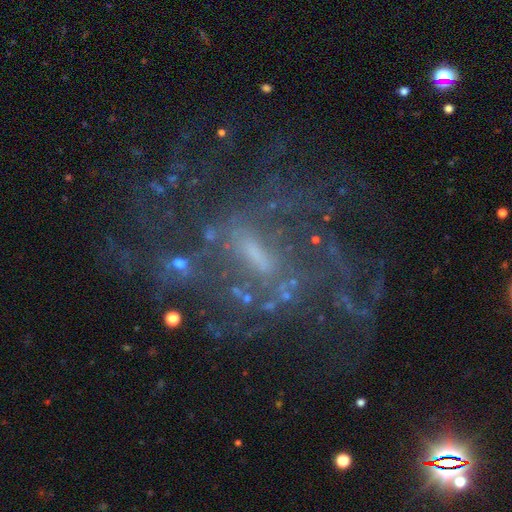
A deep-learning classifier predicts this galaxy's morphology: type=featured or disk (78%); edge-on=no (95%); bar=weak (50%); spiral arms=yes (76%); winding=medium (39%); arm count=can't tell (53%); bulge=small (47%); merging=none (57%).